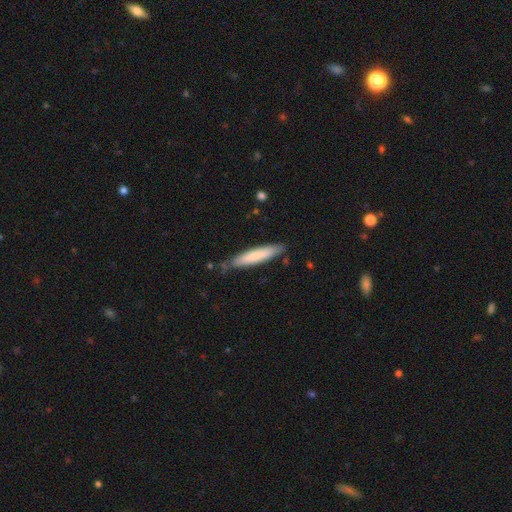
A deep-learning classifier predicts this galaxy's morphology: Smooth or featured?
  - smooth: 75% *
  - featured or disk: 20%
  - star or artifact: 5%
How rounded?
  - cigar-shaped: 89% *
  - in between: 10%
  - round: 1%
Merging?
  - none: 80% *
  - minor disturbance: 15%
  - merger: 3%
  - major disturbance: 2%